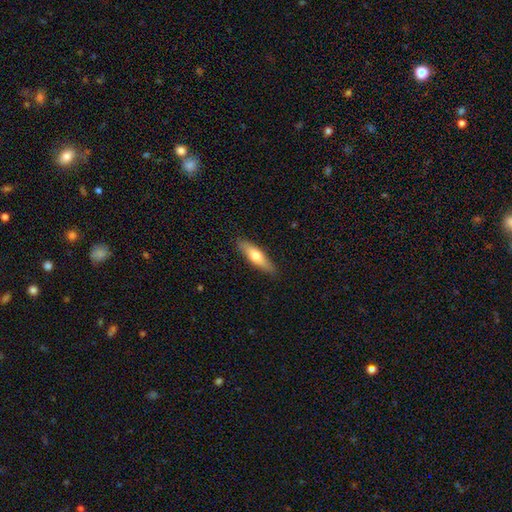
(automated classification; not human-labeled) This is likely a smooth galaxy (61%). How rounded: likely cigar-shaped (66%). Merging: clearly none (87%).